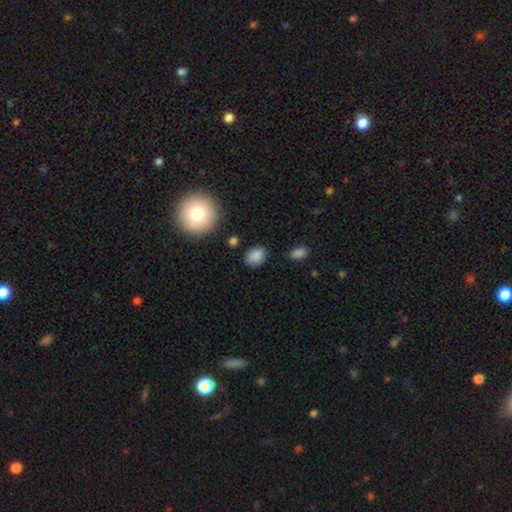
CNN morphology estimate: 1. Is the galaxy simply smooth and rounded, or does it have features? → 86% smooth, 9% star or artifact, 5% featured or disk.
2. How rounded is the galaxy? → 59% in between, 40% round, 1% cigar-shaped.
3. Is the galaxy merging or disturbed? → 81% none, 13% minor disturbance, 3% major disturbance, 3% merger.